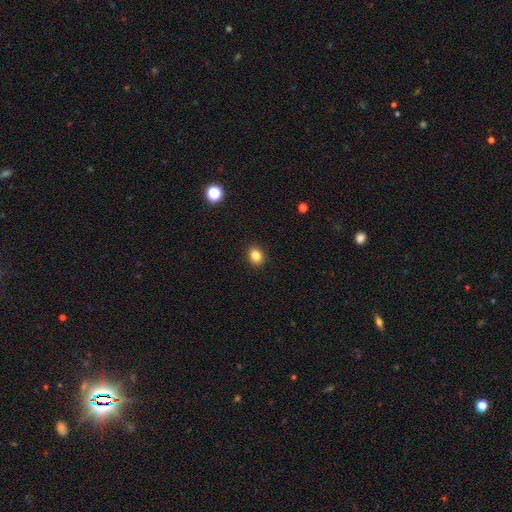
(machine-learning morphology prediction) smooth-or-featured: smooth: 85% | star or artifact: 11% | featured or disk: 4%
  how-rounded: round: 51% | in between: 48% | cigar-shaped: 1%
  merging: none: 91% | minor disturbance: 6% | major disturbance: 2% | merger: 1%